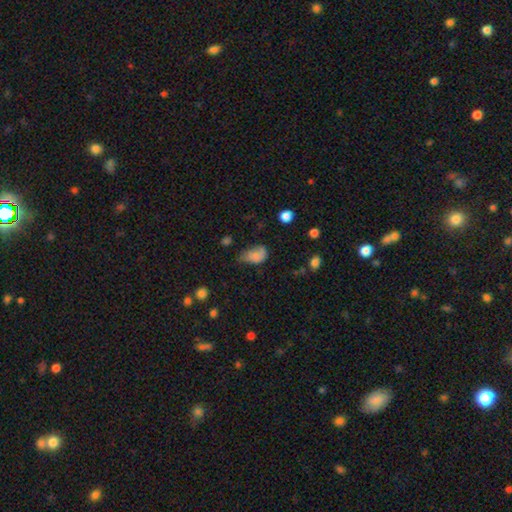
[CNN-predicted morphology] smooth-or-featured: smooth: 76% | featured or disk: 13% | star or artifact: 11%
  how-rounded: in between: 88% | round: 10% | cigar-shaped: 2%
  merging: minor disturbance: 42% | none: 33% | major disturbance: 22% | merger: 4%